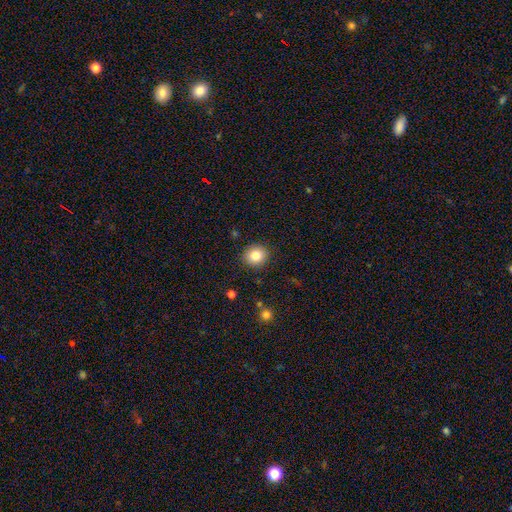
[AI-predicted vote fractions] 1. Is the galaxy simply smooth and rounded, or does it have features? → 83% smooth, 10% star or artifact, 7% featured or disk.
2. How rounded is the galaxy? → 86% round, 13% in between, 1% cigar-shaped.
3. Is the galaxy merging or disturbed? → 90% none, 7% minor disturbance, 2% major disturbance, 1% merger.